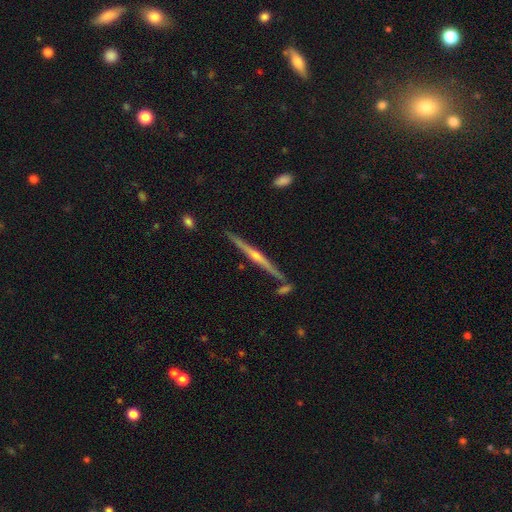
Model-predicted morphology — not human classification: featured or disk 82%, smooth 11%, star or artifact 6%. Down the decision tree: edge-on disk — yes (98%); edge-on bulge — rounded (81%); merging — none (87%).